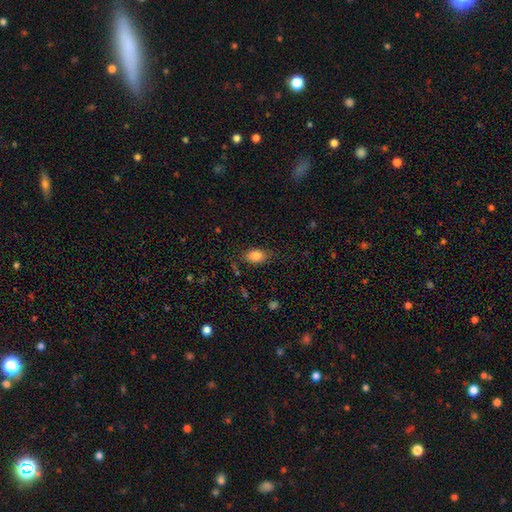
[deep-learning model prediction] smooth 83%, star or artifact 9%, featured or disk 8%. Down the decision tree: how rounded — in between (81%); merging — none (76%).